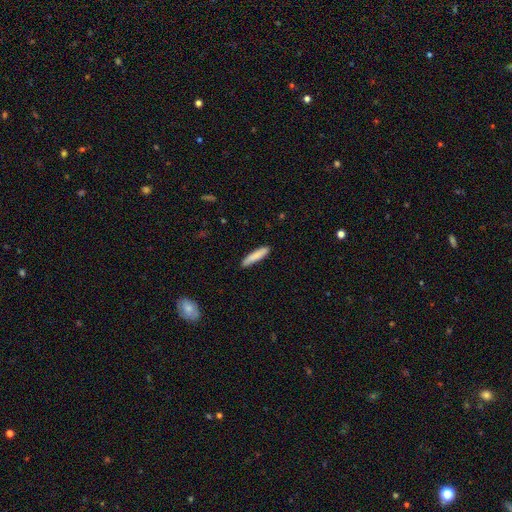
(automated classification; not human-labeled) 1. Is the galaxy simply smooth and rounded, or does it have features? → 83% smooth, 11% featured or disk, 6% star or artifact.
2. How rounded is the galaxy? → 88% cigar-shaped, 11% in between, 1% round.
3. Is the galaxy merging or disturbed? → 87% none, 10% minor disturbance, 2% major disturbance, 1% merger.